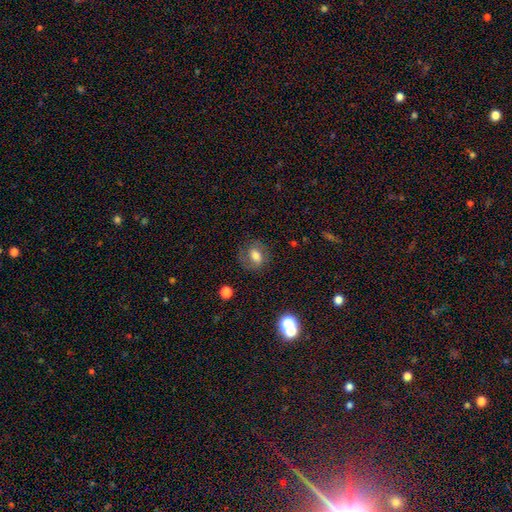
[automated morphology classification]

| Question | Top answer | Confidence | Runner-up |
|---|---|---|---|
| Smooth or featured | smooth | 56% | featured or disk (32%) |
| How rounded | in between | 54% | round (44%) |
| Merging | none | 73% | minor disturbance (17%) |